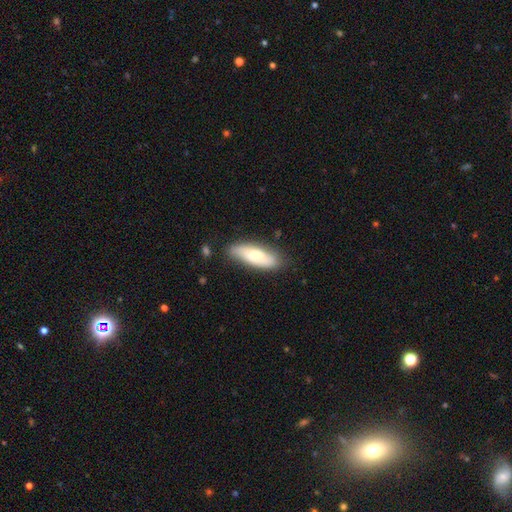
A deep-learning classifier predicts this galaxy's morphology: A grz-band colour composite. It shows a smooth galaxy with no disk features (67%) that is in between round and cigar-shaped (61%). Merging: none (79%).